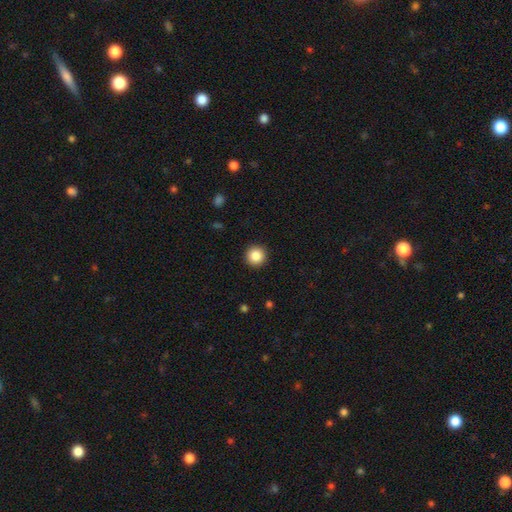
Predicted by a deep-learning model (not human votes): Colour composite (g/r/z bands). It shows a smooth galaxy with no disk features (87%) that is round (96%). Merging: none (93%).